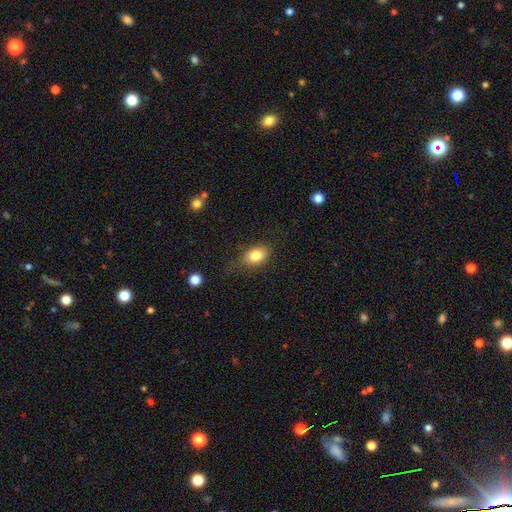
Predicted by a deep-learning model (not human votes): smooth_or_featured: smooth (p=0.81) [alt: featured or disk p=0.10]
how_rounded: in between (p=0.75) [alt: round p=0.23]
merging: none (p=0.68) [alt: minor disturbance p=0.23]